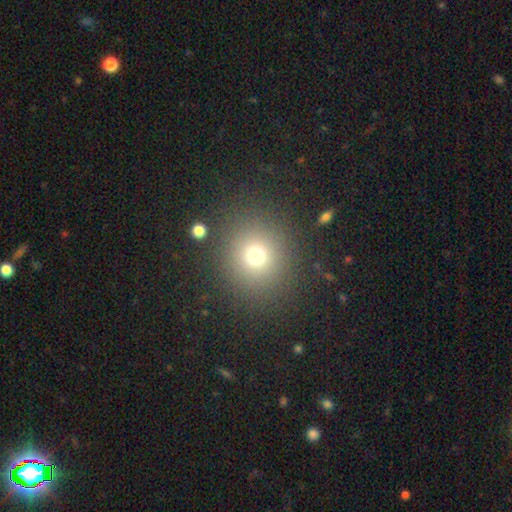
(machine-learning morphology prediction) Smooth or featured? Predicted: smooth (p=0.71). How rounded? Predicted: round (p=0.90). Merging? Predicted: none (p=0.86).